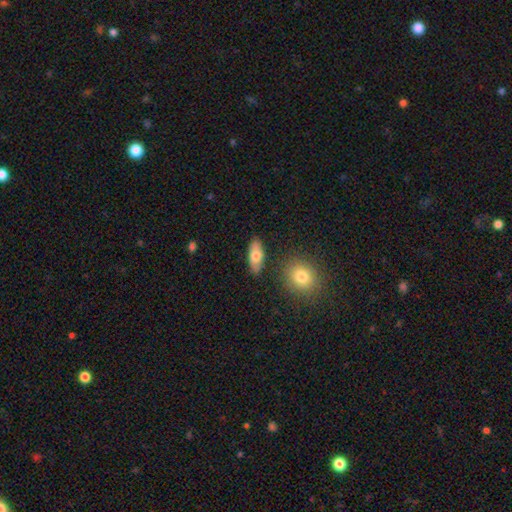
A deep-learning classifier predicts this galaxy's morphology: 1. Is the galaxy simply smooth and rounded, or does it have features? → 71% smooth, 22% featured or disk, 7% star or artifact.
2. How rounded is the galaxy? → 83% in between, 13% cigar-shaped, 4% round.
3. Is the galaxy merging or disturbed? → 85% none, 9% minor disturbance, 3% merger, 2% major disturbance.